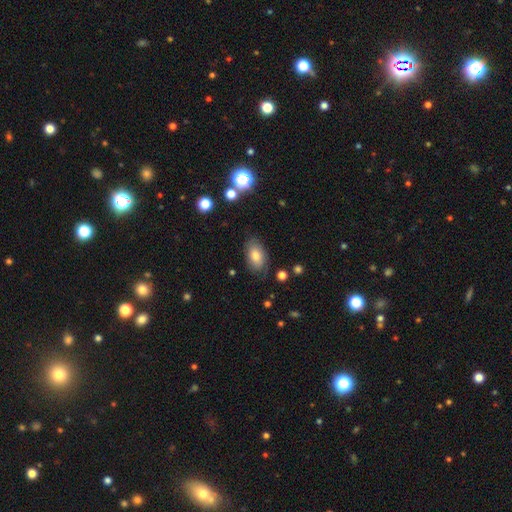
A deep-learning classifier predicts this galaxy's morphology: Smooth or featured?
  - smooth: 76% *
  - featured or disk: 15%
  - star or artifact: 9%
How rounded?
  - in between: 92% *
  - round: 6%
  - cigar-shaped: 2%
Merging?
  - none: 78% *
  - minor disturbance: 16%
  - major disturbance: 4%
  - merger: 2%